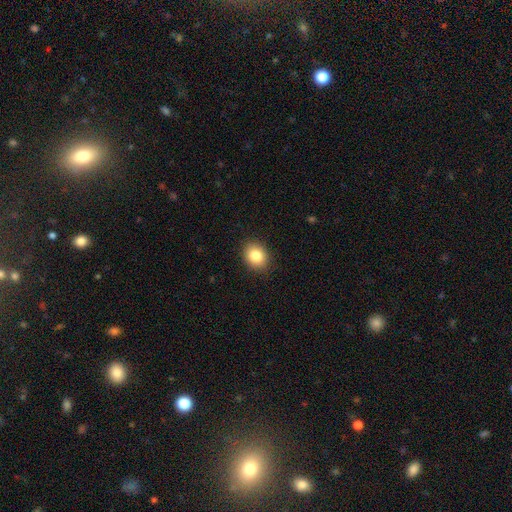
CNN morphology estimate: A smooth galaxy with no disk features (83%) that is round (59%). Merging: none (89%).